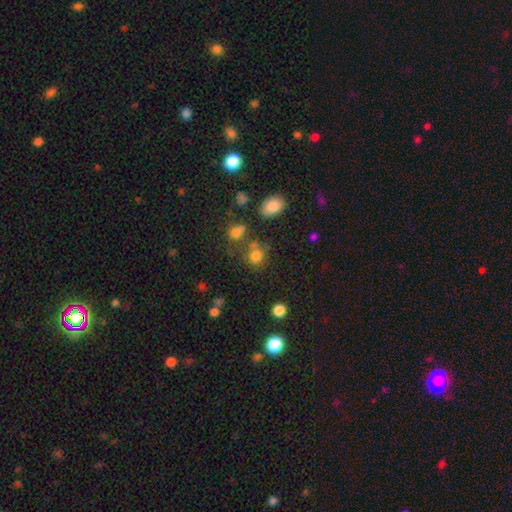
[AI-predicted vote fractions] Smooth or featured? smooth (76%)
How rounded? round (66%)
Merging? none (57%)